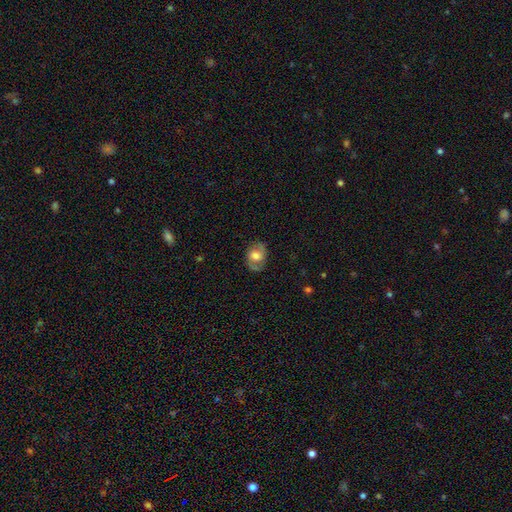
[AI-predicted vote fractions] Morphology: type=featured or disk (51%); edge-on=no (95%); merging=none (70%).